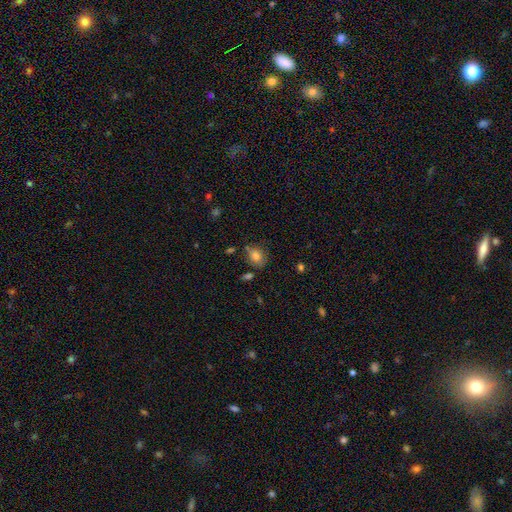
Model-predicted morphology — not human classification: This is likely a smooth galaxy (79%). How rounded: likely in between (66%). Merging: likely none (67%).